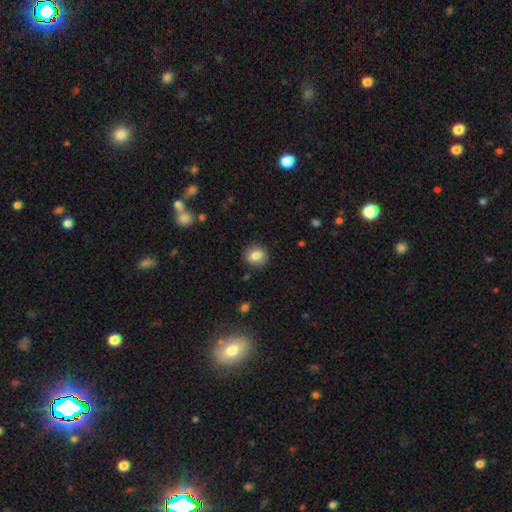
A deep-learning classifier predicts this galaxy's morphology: Smooth or featured: smooth — 83% (star or artifact — 9%)
How rounded: round — 76% (in between — 23%)
Merging: none — 88% (minor disturbance — 8%)